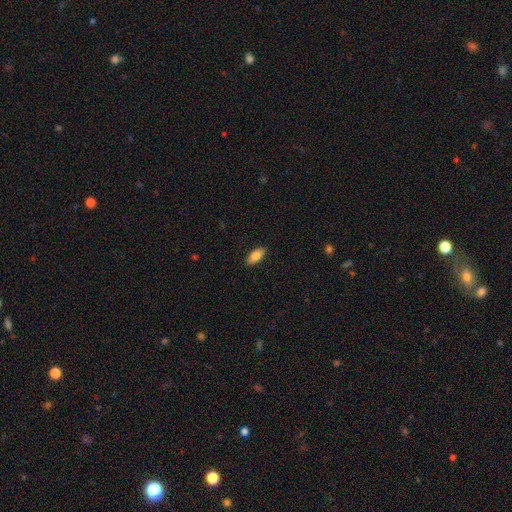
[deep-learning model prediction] Smooth or featured? Predicted: smooth (p=0.82). How rounded? Predicted: in between (p=0.87). Merging? Predicted: none (p=0.89).